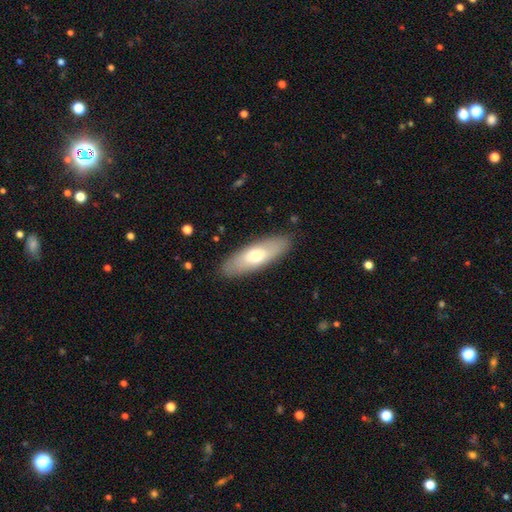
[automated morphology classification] This is likely a smooth galaxy (63%). How rounded: likely in between (62%). Merging: clearly none (87%).